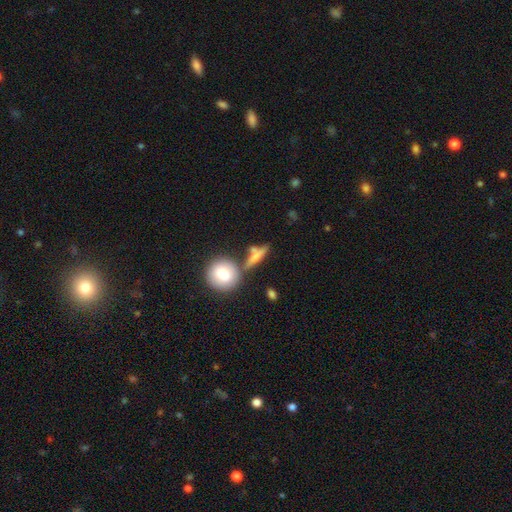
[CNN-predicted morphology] Smooth or featured? smooth (57%)
How rounded? cigar-shaped (47%)
Merging? none (64%)